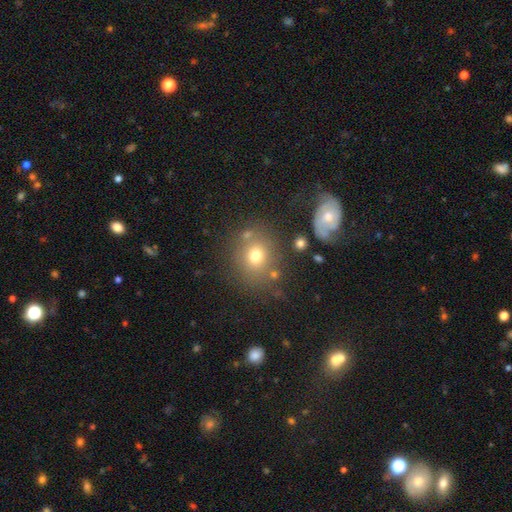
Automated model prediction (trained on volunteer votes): Overall: smooth (72%). How rounded: round (81%). Merging: none (74%).